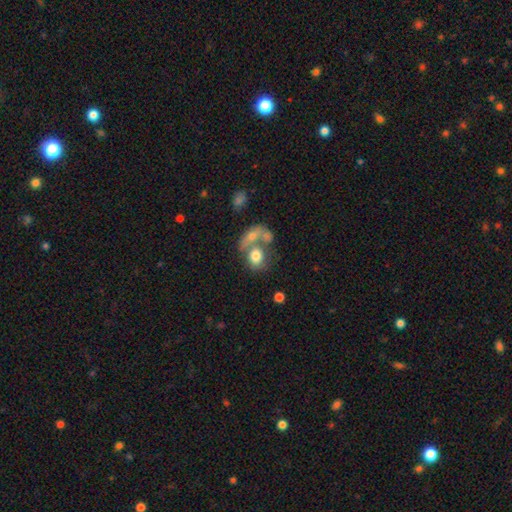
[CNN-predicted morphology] smooth-or-featured: smooth: 69% | featured or disk: 22% | star or artifact: 9%
  how-rounded: in between: 59% | round: 39% | cigar-shaped: 2%
  merging: merger: 54% | none: 24% | major disturbance: 11% | minor disturbance: 10%